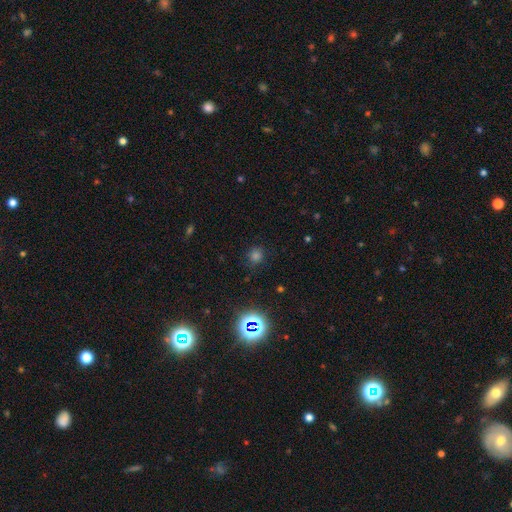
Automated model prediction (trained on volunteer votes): This is likely a smooth galaxy (61%). How rounded: clearly round (89%). Merging: clearly none (84%).